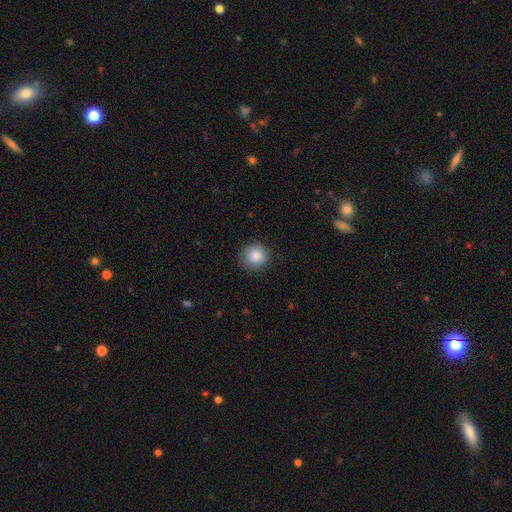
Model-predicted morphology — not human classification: smooth 87%, star or artifact 9%, featured or disk 4%. Down the decision tree: how rounded — round (92%); merging — none (88%).